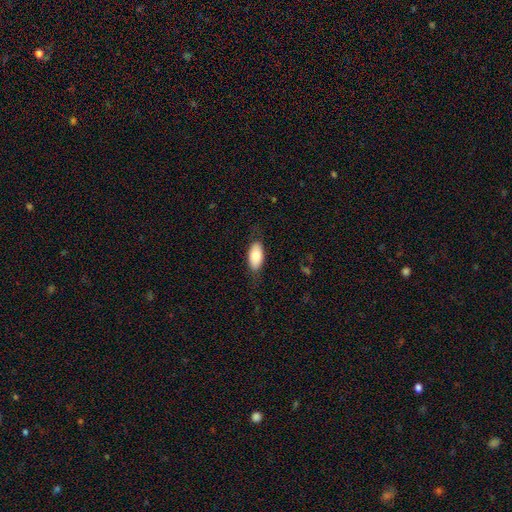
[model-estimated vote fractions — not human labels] smooth-or-featured: smooth: 79% | featured or disk: 15% | star or artifact: 6%
  how-rounded: in between: 91% | cigar-shaped: 7% | round: 2%
  merging: none: 78% | minor disturbance: 16% | major disturbance: 5% | merger: 1%